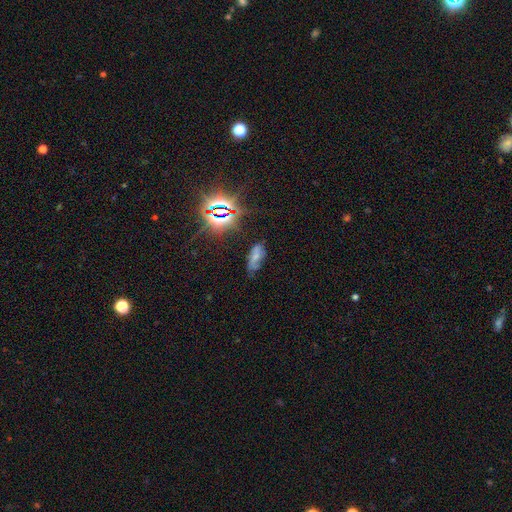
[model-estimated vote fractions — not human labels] smooth-or-featured: smooth: 47% | featured or disk: 29% | star or artifact: 25%
  merging: none: 52% | minor disturbance: 30% | major disturbance: 14% | merger: 4%